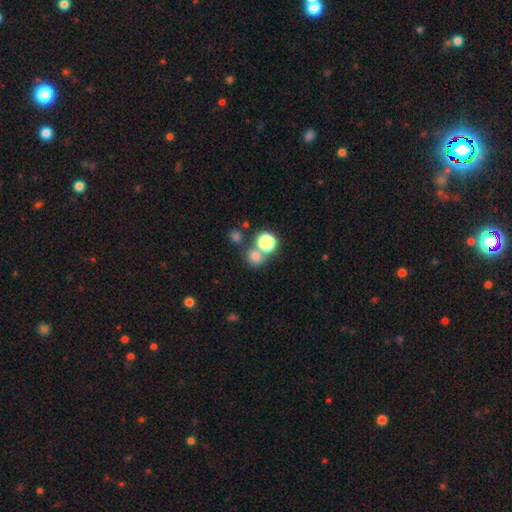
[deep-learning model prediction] Q: Smooth or featured?
A: smooth (73%); runner-up: star or artifact (20%)
Q: How rounded?
A: round (78%); runner-up: in between (21%)
Q: Merging?
A: none (56%); runner-up: merger (31%)